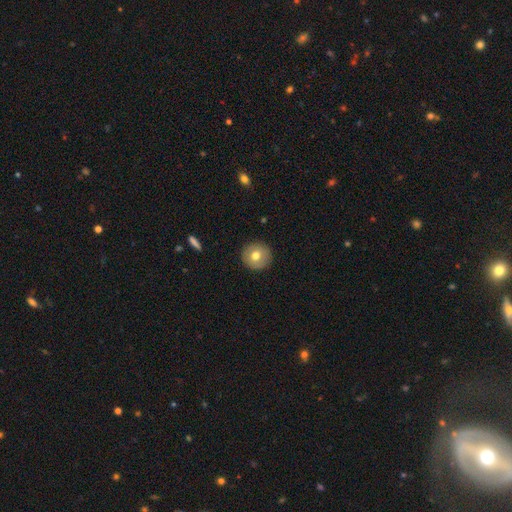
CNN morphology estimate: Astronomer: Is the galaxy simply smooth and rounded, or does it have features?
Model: smooth — 73%.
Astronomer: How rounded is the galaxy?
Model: round — 95%.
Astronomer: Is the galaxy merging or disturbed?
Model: none — 92%.